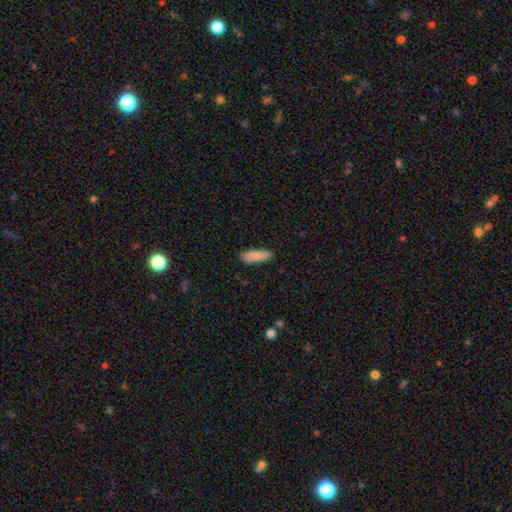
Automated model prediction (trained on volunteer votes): Smooth or featured? smooth (87%)
How rounded? cigar-shaped (49%, tied with in between)
Merging? none (84%)